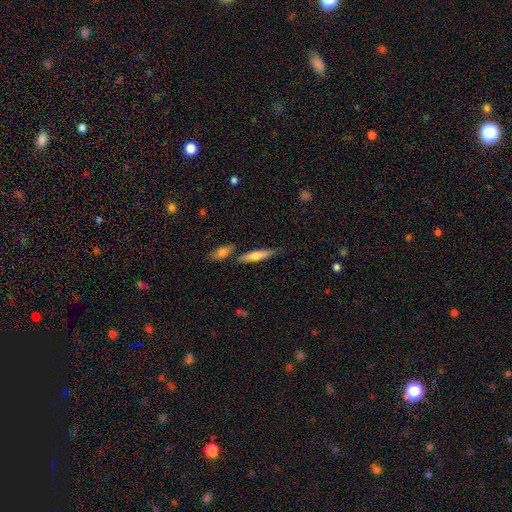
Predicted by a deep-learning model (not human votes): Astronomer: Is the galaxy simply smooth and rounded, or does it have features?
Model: smooth — 64%.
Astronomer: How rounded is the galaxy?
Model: cigar-shaped — 78%.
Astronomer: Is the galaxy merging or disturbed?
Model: none — 71%.